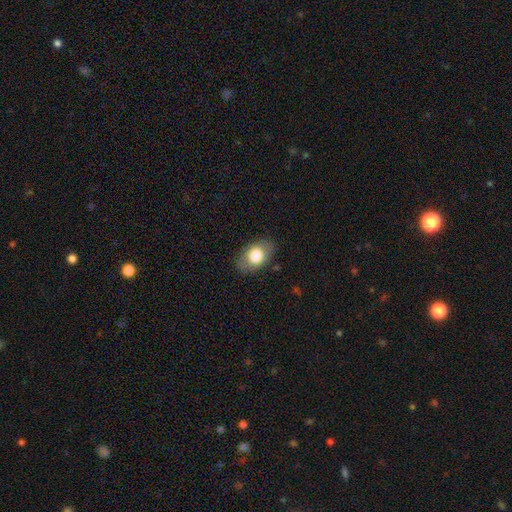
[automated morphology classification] Smooth or featured? smooth (75%)
How rounded? in between (88%)
Merging? none (83%)